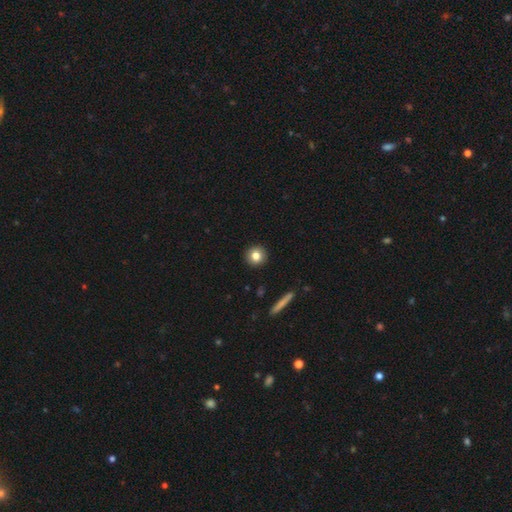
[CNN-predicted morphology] Smooth or featured?
  - smooth: 80% *
  - featured or disk: 10%
  - star or artifact: 10%
How rounded?
  - round: 93% *
  - in between: 6%
  - cigar-shaped: 1%
Merging?
  - none: 92% *
  - minor disturbance: 5%
  - major disturbance: 2%
  - merger: 1%